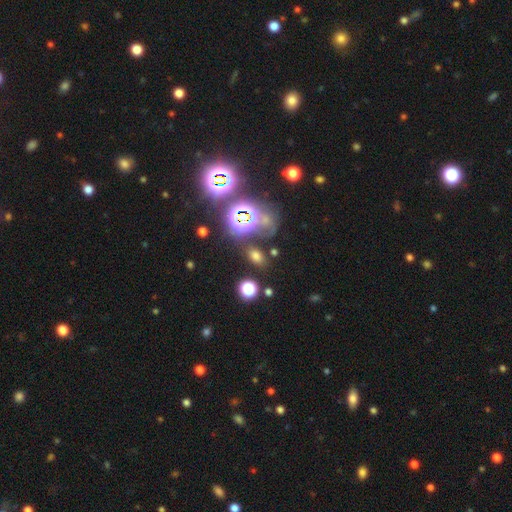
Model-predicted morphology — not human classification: smooth-or-featured: smooth: 58% | star or artifact: 32% | featured or disk: 10%
  how-rounded: in between: 77% | round: 20% | cigar-shaped: 2%
  merging: none: 73% | minor disturbance: 13% | major disturbance: 7% | merger: 7%